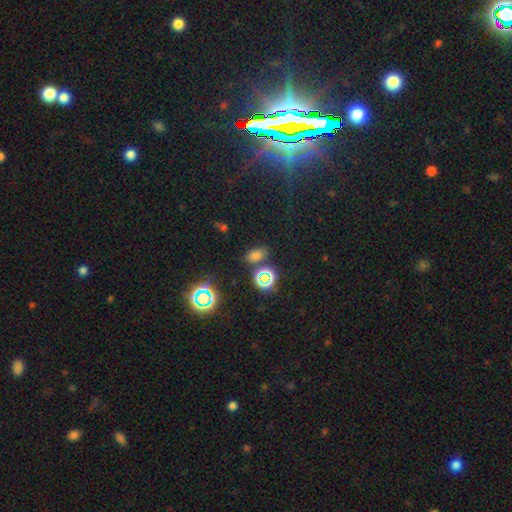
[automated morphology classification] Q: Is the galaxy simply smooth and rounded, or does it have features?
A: smooth — 58%.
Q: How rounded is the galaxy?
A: in between — 76%.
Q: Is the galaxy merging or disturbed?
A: none — 75%.